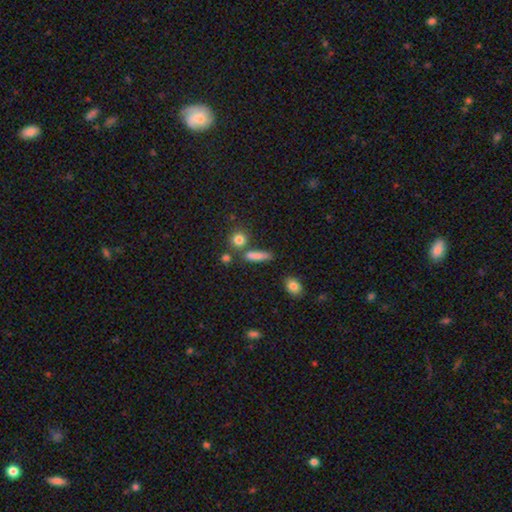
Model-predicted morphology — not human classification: The model was most divided on "how rounded": cigar-shaped: 49%, in between: 34%, round: 17%. More confident: smooth or featured — smooth (79%); merging — none (65%).